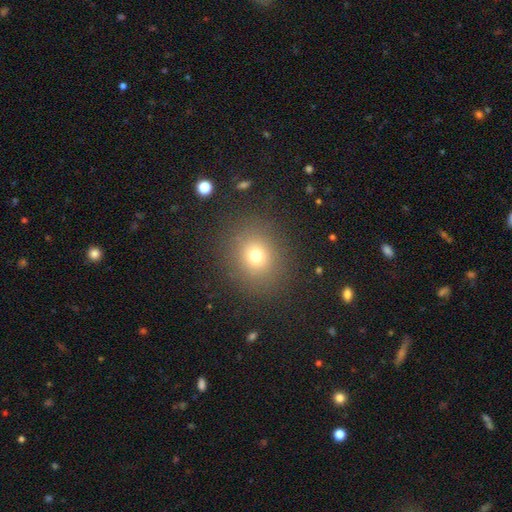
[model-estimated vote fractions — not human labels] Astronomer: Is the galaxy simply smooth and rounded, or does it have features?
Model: smooth — 73%.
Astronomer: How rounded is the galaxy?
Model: round — 74%.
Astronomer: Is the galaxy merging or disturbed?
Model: none — 86%.